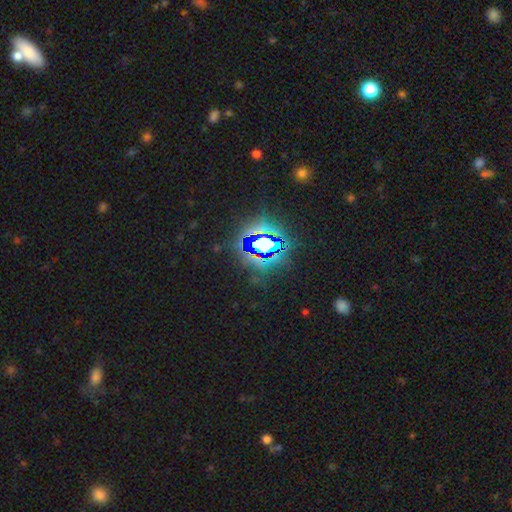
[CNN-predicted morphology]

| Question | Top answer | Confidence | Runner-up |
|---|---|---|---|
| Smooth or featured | star or artifact | 83% | smooth (10%) |